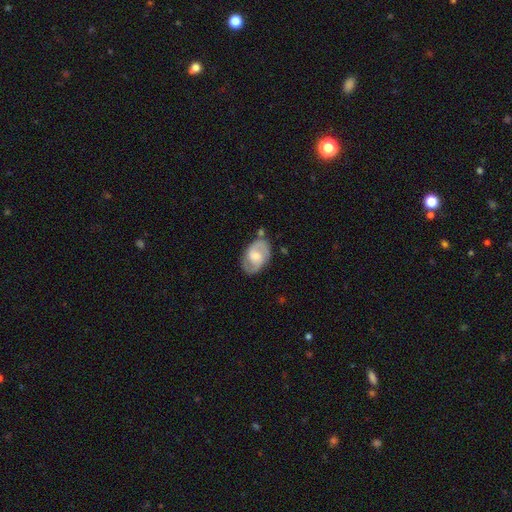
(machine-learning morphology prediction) smooth_or_featured: featured or disk (p=0.72) [alt: smooth p=0.23]
disk_edge_on: no (p=0.97) [alt: yes p=0.03]
bar: weak (p=0.50) [alt: no p=0.39]
has_spiral_arms: yes (p=0.89) [alt: no p=0.11]
spiral_winding: medium (p=0.52) [alt: tight p=0.27]
spiral_arm_count: 2 (p=0.86) [alt: can't tell p=0.08]
bulge_size: moderate (p=0.51) [alt: small p=0.34]
merging: none (p=0.74) [alt: minor disturbance p=0.17]